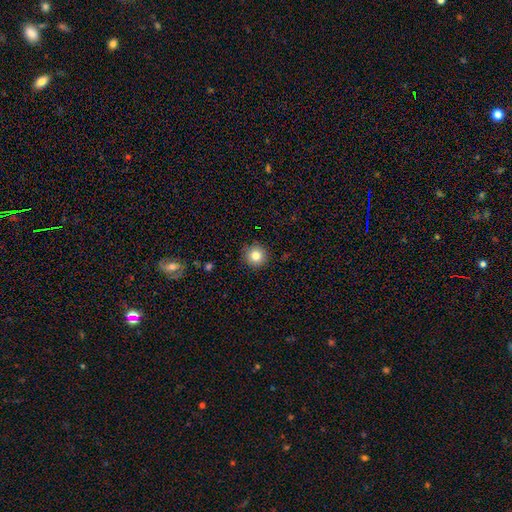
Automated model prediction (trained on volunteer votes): smooth-or-featured: smooth: 82% | star or artifact: 11% | featured or disk: 7%
  how-rounded: round: 95% | in between: 4% | cigar-shaped: 1%
  merging: none: 90% | minor disturbance: 7% | major disturbance: 2% | merger: 1%